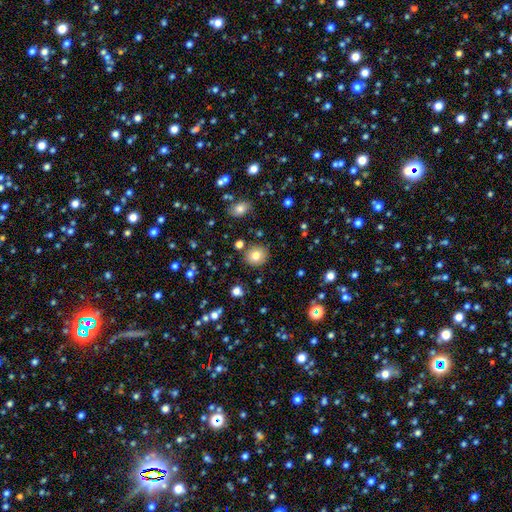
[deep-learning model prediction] smooth_or_featured: smooth (p=0.78) [alt: star or artifact p=0.12]
how_rounded: round (p=0.87) [alt: in between p=0.13]
merging: none (p=0.86) [alt: minor disturbance p=0.08]